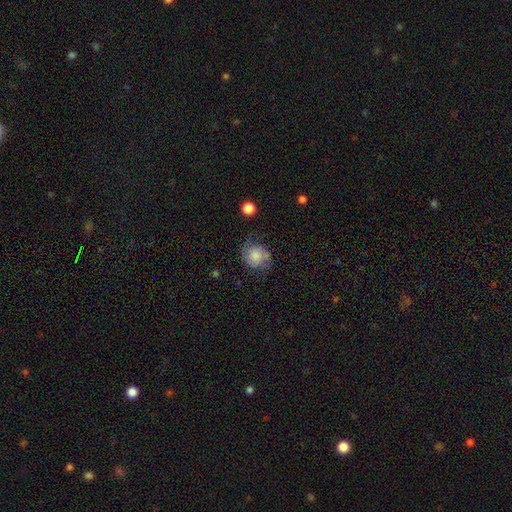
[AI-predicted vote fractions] smooth 61%, featured or disk 30%, star or artifact 9%. Down the decision tree: how rounded — round (80%); merging — none (61%).